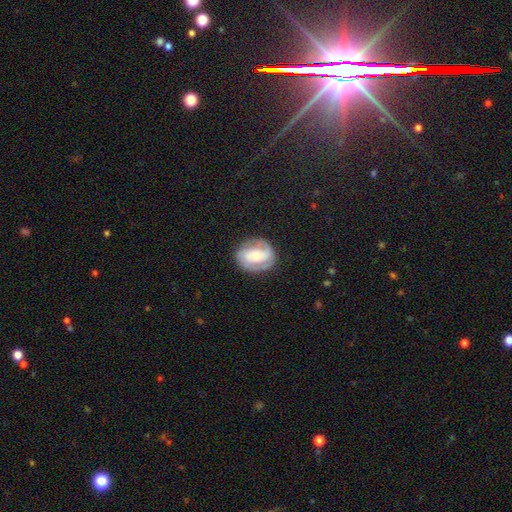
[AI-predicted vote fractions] Overall: featured or disk (68%). Edge-on disk: no (96%). Bar: no (43%; weak 34%). Spiral arms: yes (80%). Spiral arm count: 2 (69%). Spiral winding: tight (42%; medium 40%). Bulge size: moderate (61%; small 31%). Merging: none (79%).